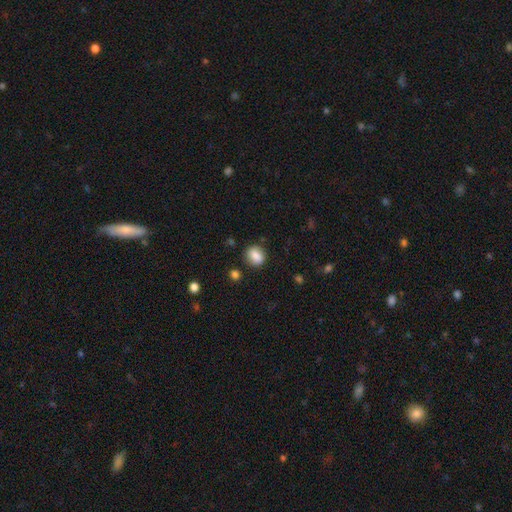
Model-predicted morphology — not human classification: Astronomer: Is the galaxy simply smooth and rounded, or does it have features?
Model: smooth — 85%.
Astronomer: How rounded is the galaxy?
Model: round — 54% (runner-up: in between, 45%).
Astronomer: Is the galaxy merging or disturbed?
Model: none — 81%.